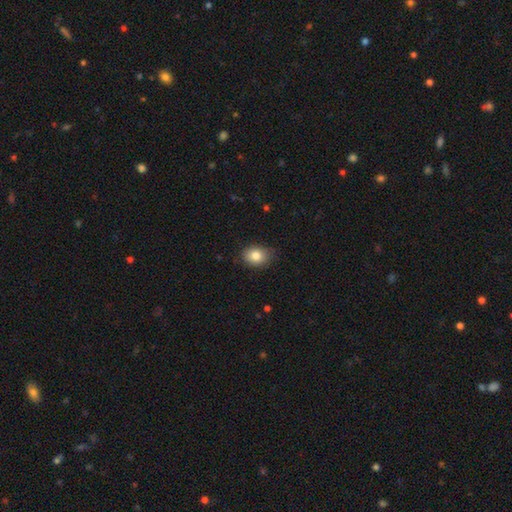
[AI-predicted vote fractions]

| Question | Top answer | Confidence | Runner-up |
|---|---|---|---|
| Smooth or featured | smooth | 83% | star or artifact (9%) |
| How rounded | in between | 64% | round (35%) |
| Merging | none | 81% | minor disturbance (15%) |